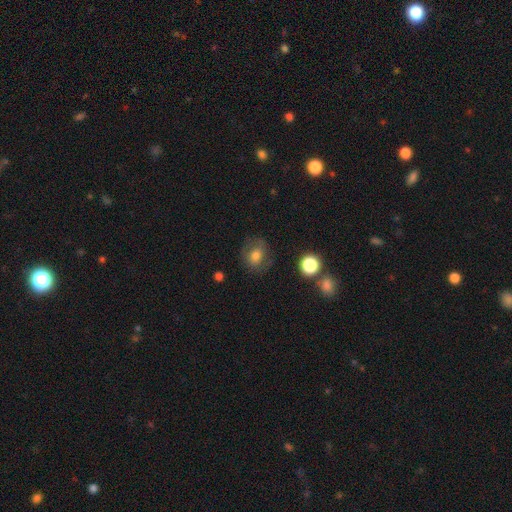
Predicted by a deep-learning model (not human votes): Smooth or featured? smooth (65%)
How rounded? round (62%)
Merging? none (73%)